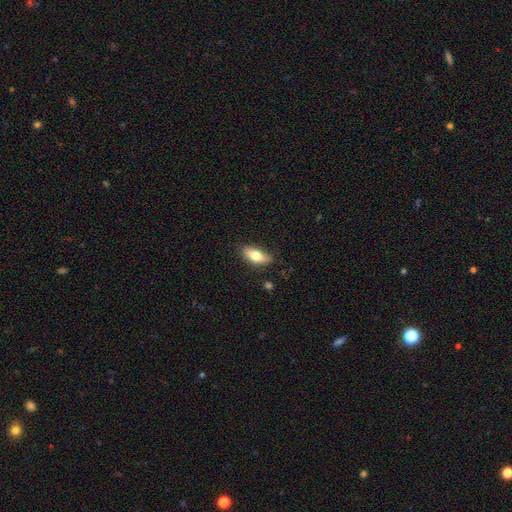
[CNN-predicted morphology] Smooth or featured? Predicted: smooth (p=0.71). How rounded? Predicted: in between (p=0.80). Merging? Predicted: none (p=0.79).